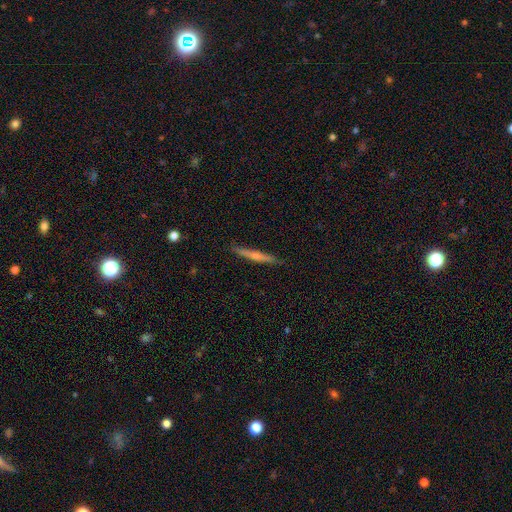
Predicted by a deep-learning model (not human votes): smooth-or-featured: featured or disk: 49% | smooth: 45% | star or artifact: 6%
  merging: none: 89% | minor disturbance: 9% | major disturbance: 2% | merger: 1%